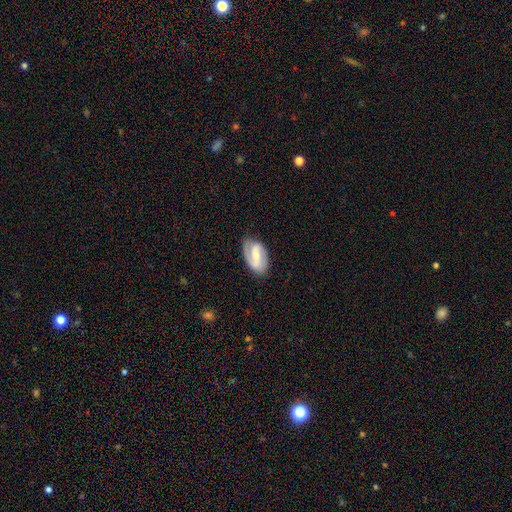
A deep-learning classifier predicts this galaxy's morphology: This is likely a featured or disk galaxy (73%). It is clearly not viewed edge-on (96%). Bar: marginally weak (43%). Spiral arm pattern: clearly yes (89%). Spiral arm count: clearly 2 (82%). Spiral winding: marginally medium (43%). Central bulge: possibly small (49%). Merging: likely none (78%).